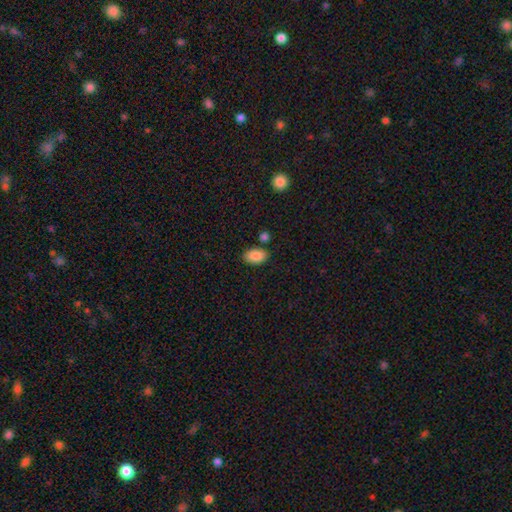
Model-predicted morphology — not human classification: Smooth or featured: smooth — 88% (star or artifact — 7%)
How rounded: in between — 91% (round — 7%)
Merging: none — 80% (minor disturbance — 11%)